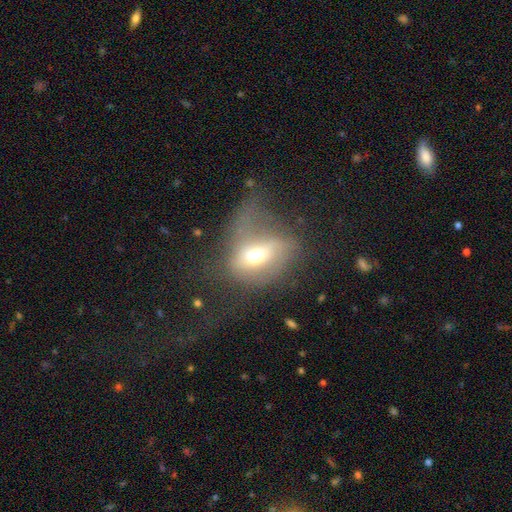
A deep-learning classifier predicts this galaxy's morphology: A smooth galaxy with no disk features (50%).

Vote fractions:
- Smooth or featured? smooth: 50% / featured or disk: 39% / star or artifact: 11%
- Merging? major disturbance: 49% / none: 24% / minor disturbance: 24% / merger: 4%